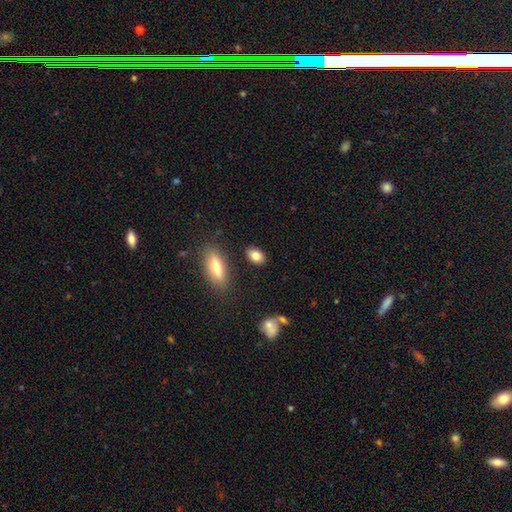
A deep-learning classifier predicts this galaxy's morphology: Smooth or featured?
  - smooth: 82% *
  - featured or disk: 9%
  - star or artifact: 8%
How rounded?
  - in between: 82% *
  - round: 15%
  - cigar-shaped: 4%
Merging?
  - none: 84% *
  - minor disturbance: 10%
  - merger: 3%
  - major disturbance: 3%